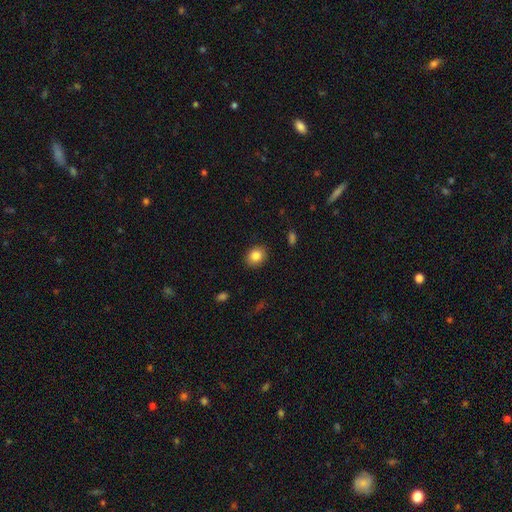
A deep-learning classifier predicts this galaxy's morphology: smooth-or-featured: smooth: 84% | star or artifact: 9% | featured or disk: 7%
  how-rounded: round: 56% | in between: 43% | cigar-shaped: 1%
  merging: none: 88% | minor disturbance: 9% | major disturbance: 2% | merger: 1%